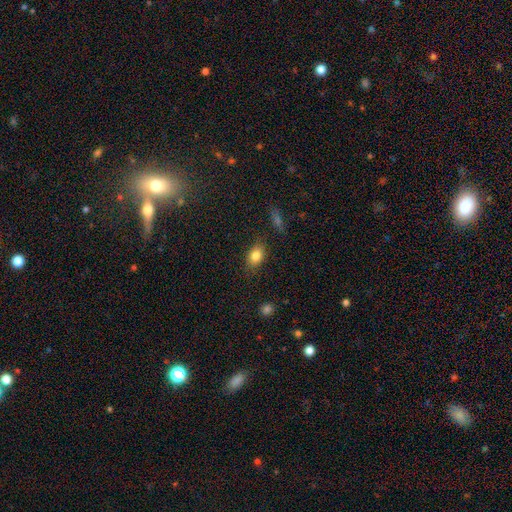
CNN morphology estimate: A smooth galaxy with no disk features (83%) that is in between round and cigar-shaped (80%).

Vote fractions:
- Smooth or featured? smooth: 83% / star or artifact: 9% / featured or disk: 8%
- How rounded? in between: 80% / round: 17% / cigar-shaped: 3%
- Merging? none: 82% / minor disturbance: 13% / major disturbance: 3% / merger: 2%